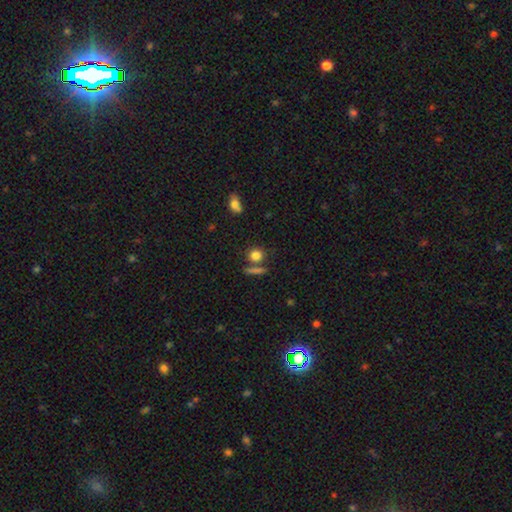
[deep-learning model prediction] Morphology: type=smooth (82%); roundness=round (75%); merging=none (70%).